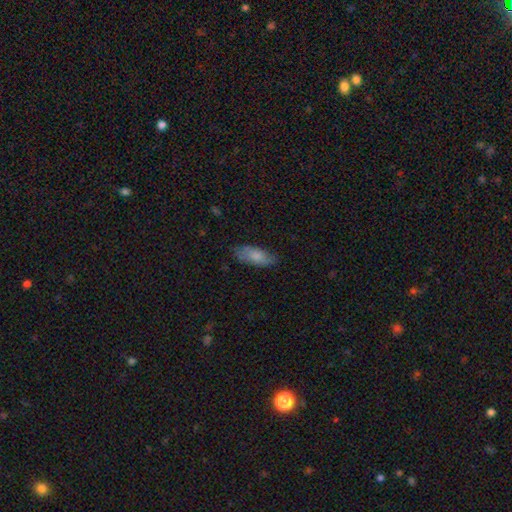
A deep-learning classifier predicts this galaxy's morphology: smooth-or-featured: smooth: 78% | featured or disk: 16% | star or artifact: 6%
  how-rounded: in between: 78% | cigar-shaped: 20% | round: 2%
  merging: none: 75% | minor disturbance: 20% | major disturbance: 5% | merger: 1%